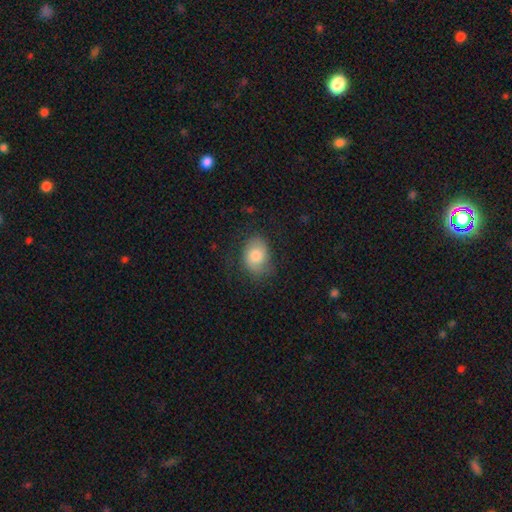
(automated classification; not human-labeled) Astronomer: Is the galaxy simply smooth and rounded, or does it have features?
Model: smooth — 70%.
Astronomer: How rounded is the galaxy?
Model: in between — 68%.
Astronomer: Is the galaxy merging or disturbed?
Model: none — 64%.